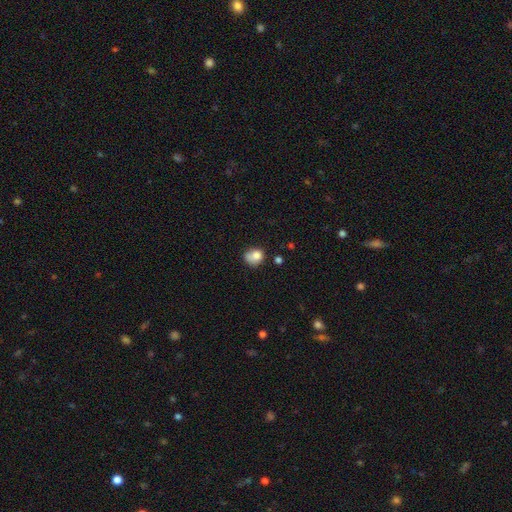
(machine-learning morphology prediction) Smooth or featured?
  - smooth: 78% *
  - featured or disk: 12%
  - star or artifact: 10%
How rounded?
  - round: 64% *
  - in between: 35%
  - cigar-shaped: 1%
Merging?
  - none: 43% *
  - minor disturbance: 28%
  - merger: 15%
  - major disturbance: 14%